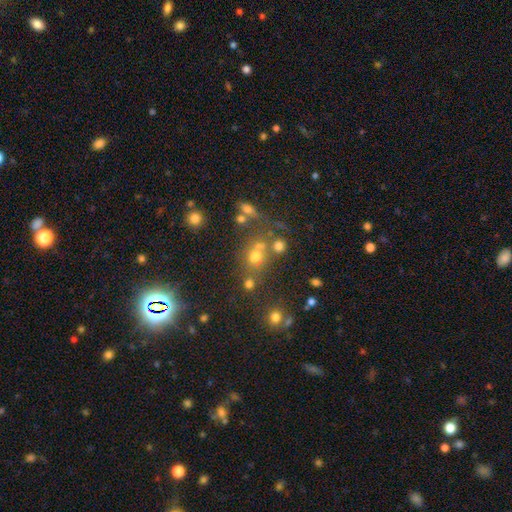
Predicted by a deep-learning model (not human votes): A smooth galaxy with no disk features (54%) that is round (72%).

Vote fractions:
- Smooth or featured? smooth: 54% / star or artifact: 32% / featured or disk: 15%
- How rounded? round: 72% / in between: 27% / cigar-shaped: 2%
- Merging? none: 53% / merger: 29% / minor disturbance: 11% / major disturbance: 6%